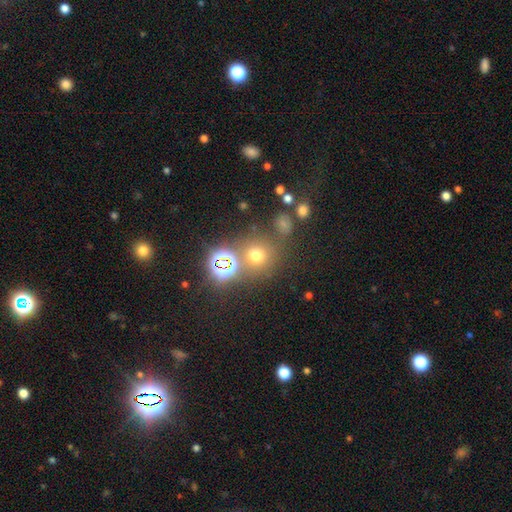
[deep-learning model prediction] Morphology: type=smooth (60%); roundness=round (90%); merging=none (72%).